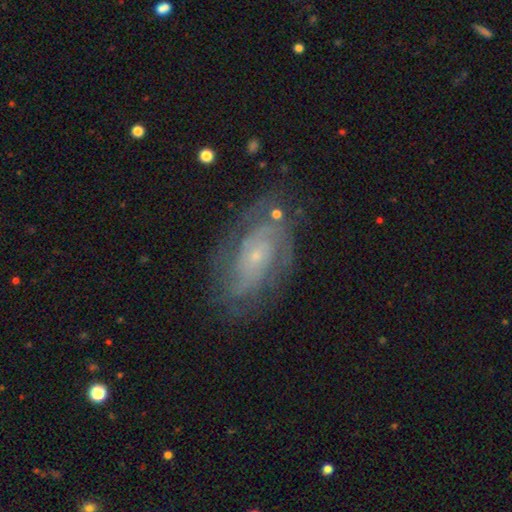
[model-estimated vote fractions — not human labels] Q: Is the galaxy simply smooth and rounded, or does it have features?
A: featured or disk — 82%.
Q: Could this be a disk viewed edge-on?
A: no — 95%.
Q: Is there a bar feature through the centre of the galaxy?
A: no — 68%.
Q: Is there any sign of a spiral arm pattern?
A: yes — 93%.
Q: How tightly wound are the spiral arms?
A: tight — 54%.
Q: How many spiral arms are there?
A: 2 — 44%.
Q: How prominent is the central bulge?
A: small — 79%.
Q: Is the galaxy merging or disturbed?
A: none — 71%.